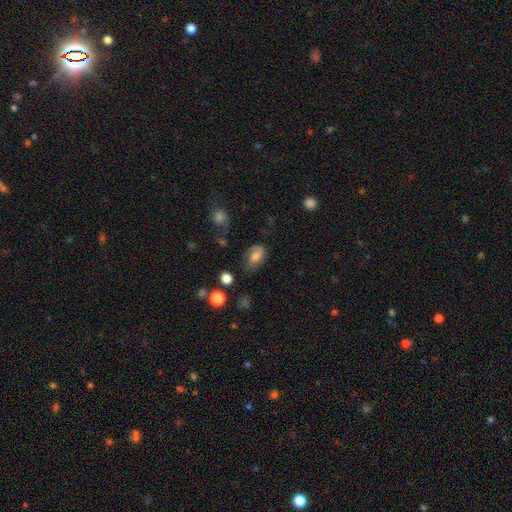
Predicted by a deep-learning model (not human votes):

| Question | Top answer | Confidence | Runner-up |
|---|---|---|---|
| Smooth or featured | smooth | 62% | featured or disk (27%) |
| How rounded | in between | 84% | round (14%) |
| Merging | none | 57% | minor disturbance (27%) |